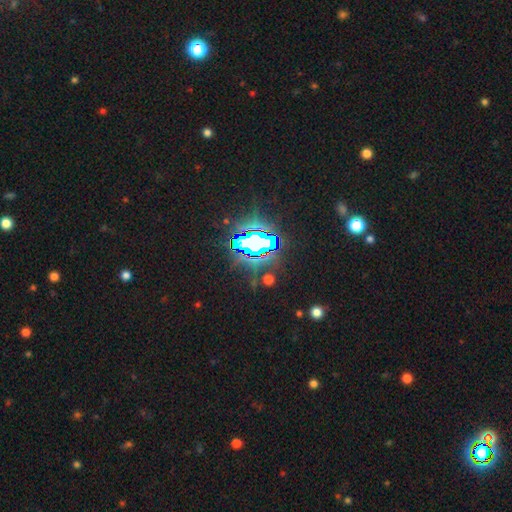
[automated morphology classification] type=star or artifact (78%).